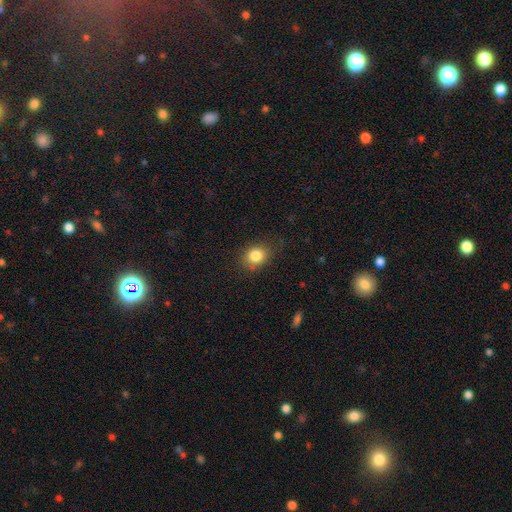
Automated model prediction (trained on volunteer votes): Overall: smooth (83%). How rounded: round (55%; in between 44%). Merging: none (75%).